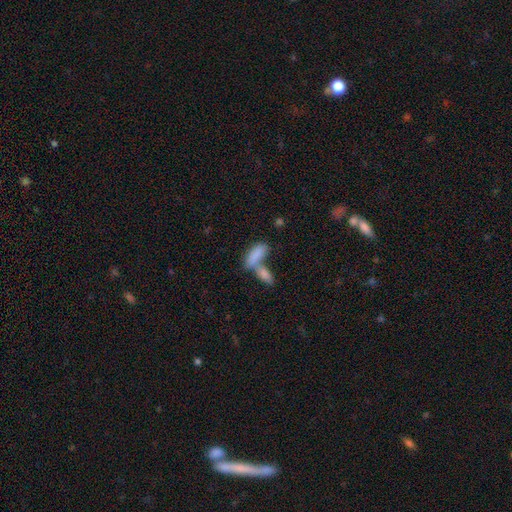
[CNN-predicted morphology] A smooth galaxy with no disk features (83%) that is in between round and cigar-shaped (73%).

Vote fractions:
- Smooth or featured? smooth: 83% / featured or disk: 11% / star or artifact: 7%
- How rounded? in between: 73% / cigar-shaped: 25% / round: 3%
- Merging? merger: 60% / none: 27% / minor disturbance: 8% / major disturbance: 5%